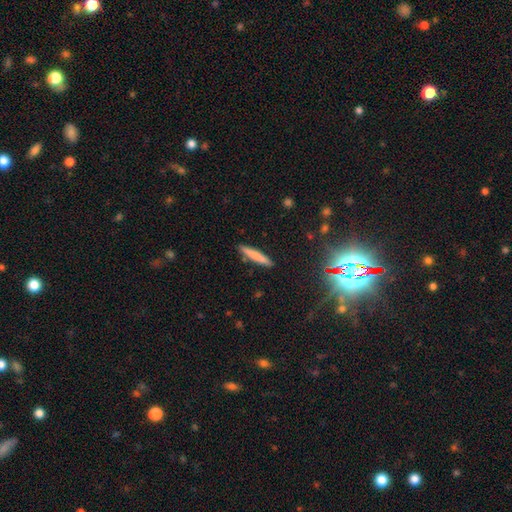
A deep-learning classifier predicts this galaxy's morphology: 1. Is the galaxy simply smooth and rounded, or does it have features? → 75% smooth, 19% featured or disk, 7% star or artifact.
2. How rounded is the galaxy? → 93% cigar-shaped, 6% in between, 1% round.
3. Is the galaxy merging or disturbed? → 89% none, 7% minor disturbance, 2% merger, 2% major disturbance.